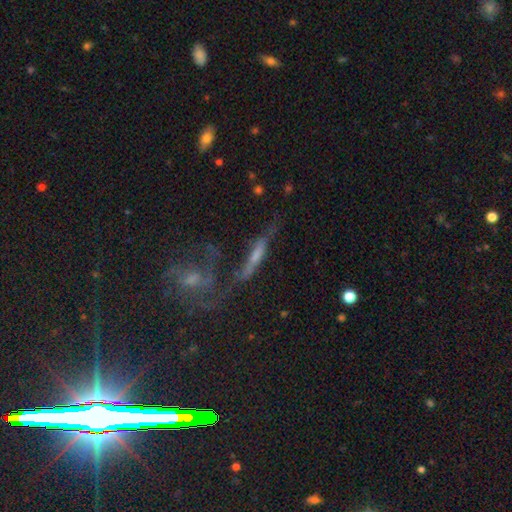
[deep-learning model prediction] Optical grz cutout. It shows a featured or disk galaxy (55%) viewed edge-on (53%). Merging: none (50%).